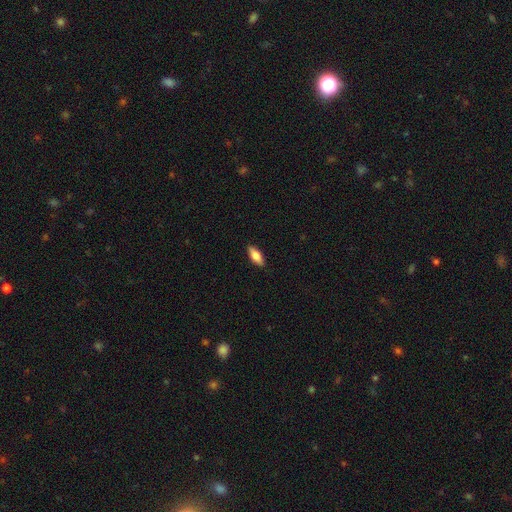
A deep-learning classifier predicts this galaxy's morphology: Smooth or featured: smooth — 75% (featured or disk — 19%)
How rounded: in between — 76% (cigar-shaped — 21%)
Merging: none — 89% (minor disturbance — 9%)